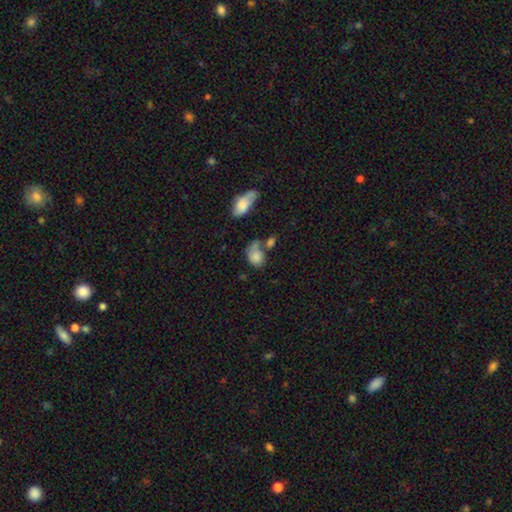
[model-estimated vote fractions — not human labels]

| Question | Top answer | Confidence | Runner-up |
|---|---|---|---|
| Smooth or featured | smooth | 76% | featured or disk (15%) |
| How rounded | in between | 69% | round (29%) |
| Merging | merger | 34% | none (29%) |